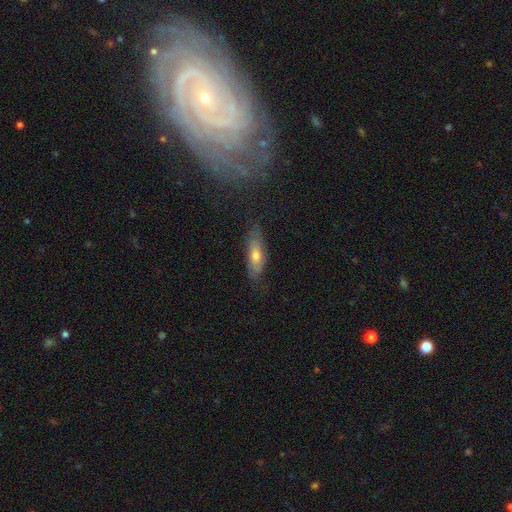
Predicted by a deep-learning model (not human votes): Smooth or featured? smooth (55%)
How rounded? in between (58%)
Merging? none (73%)